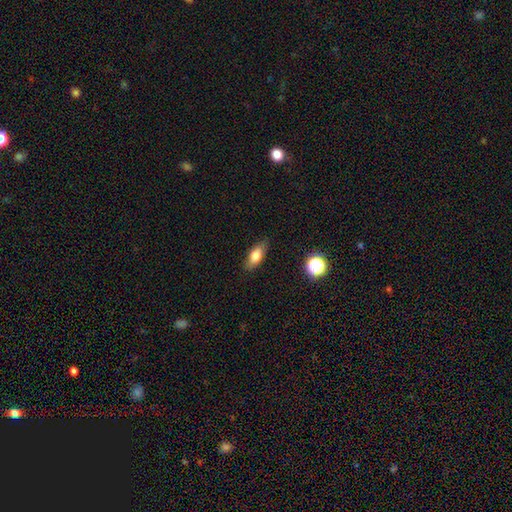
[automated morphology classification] Smooth or featured?
  - smooth: 74% *
  - featured or disk: 16%
  - star or artifact: 9%
How rounded?
  - in between: 76% *
  - cigar-shaped: 18%
  - round: 6%
Merging?
  - none: 84% *
  - minor disturbance: 12%
  - major disturbance: 3%
  - merger: 1%